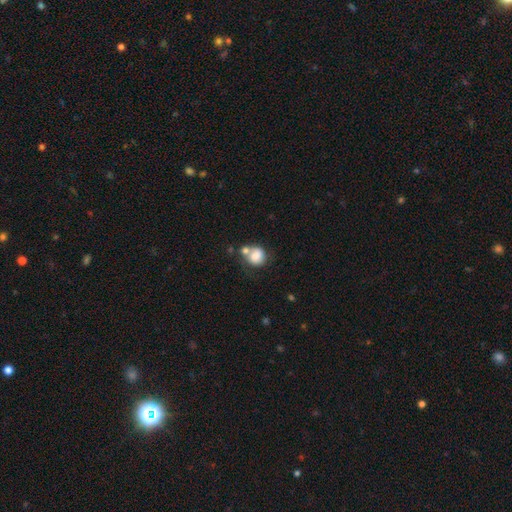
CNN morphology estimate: This is clearly a smooth galaxy (80%). How rounded: likely round (75%). Merging: marginally none (40%).